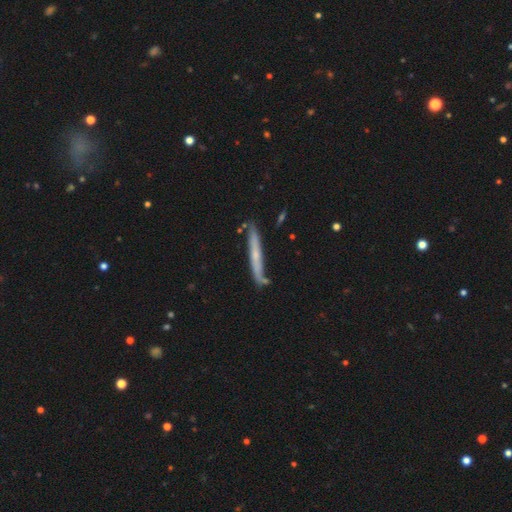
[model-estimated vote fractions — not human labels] The model was most divided on "smooth or featured": featured or disk: 59%, smooth: 35%, star or artifact: 6%. More confident: edge-on disk — yes (82%); merging — none (72%).